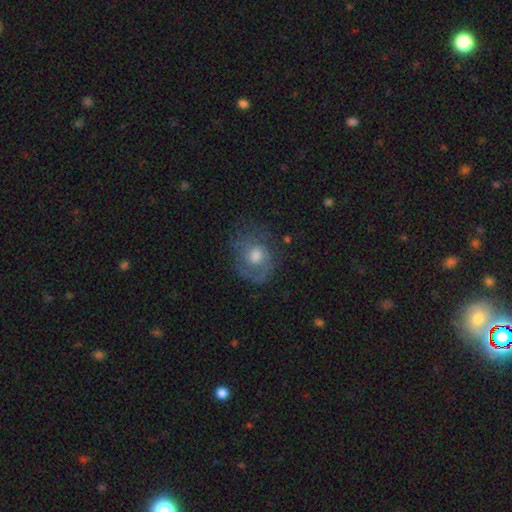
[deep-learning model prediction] Smooth or featured: featured or disk — 50% (smooth — 41%)
Merging: none — 58% (minor disturbance — 23%)